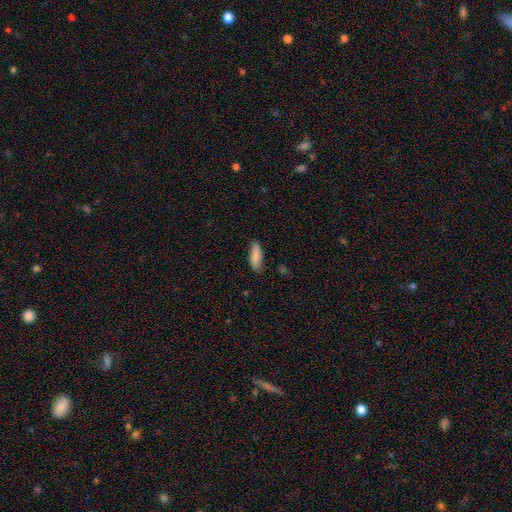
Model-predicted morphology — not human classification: Smooth or featured: smooth — 86% (featured or disk — 7%)
How rounded: in between — 57% (cigar-shaped — 41%)
Merging: none — 80% (minor disturbance — 16%)